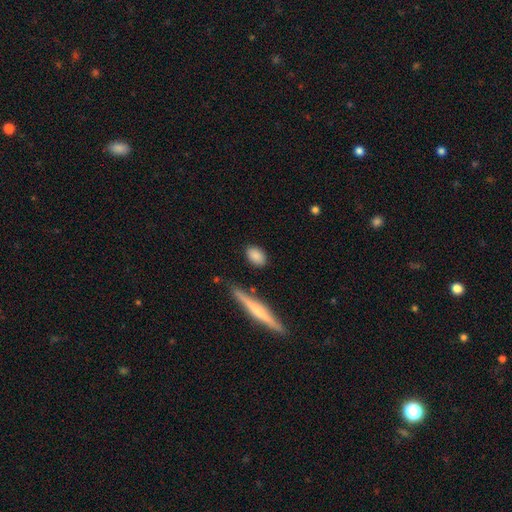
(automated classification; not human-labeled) This appears to be a smooth galaxy with no disk features (85%) that is in between round and cigar-shaped (82%). Merging: none (84%).